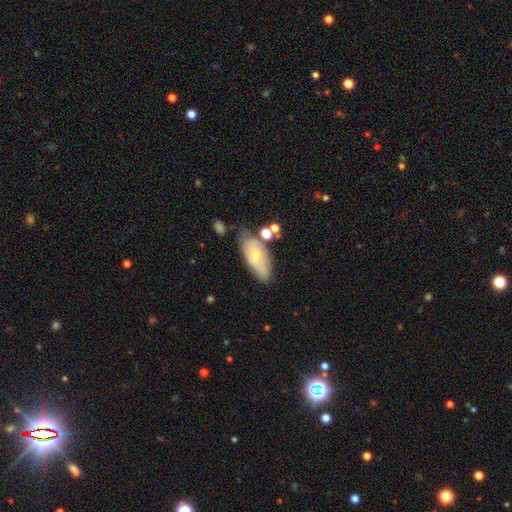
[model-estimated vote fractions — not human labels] smooth-or-featured: smooth: 53% | featured or disk: 39% | star or artifact: 8%
  how-rounded: in between: 85% | cigar-shaped: 11% | round: 4%
  merging: none: 52% | minor disturbance: 28% | merger: 10% | major disturbance: 10%